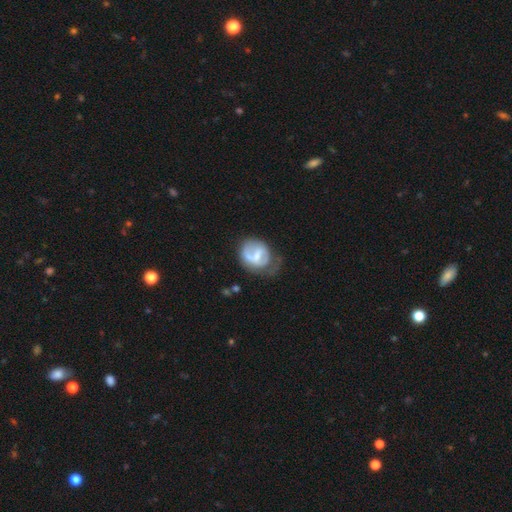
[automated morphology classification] smooth_or_featured: featured or disk (p=0.54) [alt: smooth p=0.39]
disk_edge_on: no (p=0.97) [alt: yes p=0.03]
bar: weak (p=0.48) [alt: no p=0.27]
has_spiral_arms: no (p=0.51) [alt: yes p=0.49]
bulge_size: moderate (p=0.44) [alt: small p=0.36]
merging: none (p=0.39) [alt: minor disturbance p=0.31]